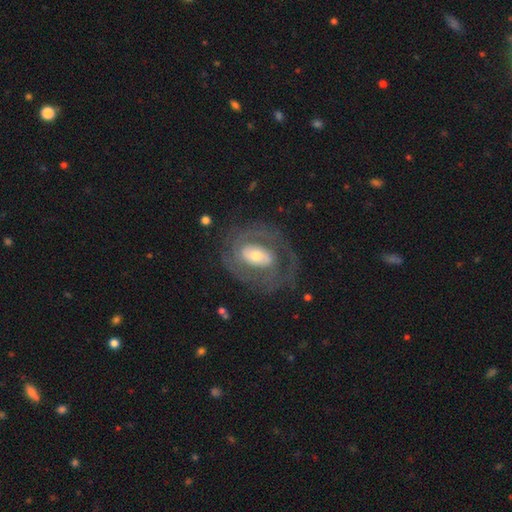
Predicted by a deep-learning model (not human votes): A featured or disk galaxy (78%) with no bar (38%), 2 (56%) tight (51%) spiral arms (74%) and a moderate central bulge (51%).

Vote fractions:
- Smooth or featured? featured or disk: 78% / smooth: 16% / star or artifact: 6%
- Edge-on disk? no: 96% / yes: 4%
- Bar? no: 38% / weak: 36% / strong: 26%
- Spiral arms? yes: 74% / no: 26%
- Spiral winding? tight: 51% / medium: 36% / loose: 13%
- Spiral arm count? 2: 56% / can't tell: 25% / 1: 7% / 3: 7% / 4: 3% / more than 4: 2%
- Bulge size? moderate: 51% / small: 34% / large: 12% / dominant: 2% / none: 1%
- Merging? none: 69% / minor disturbance: 16% / major disturbance: 14% / merger: 2%